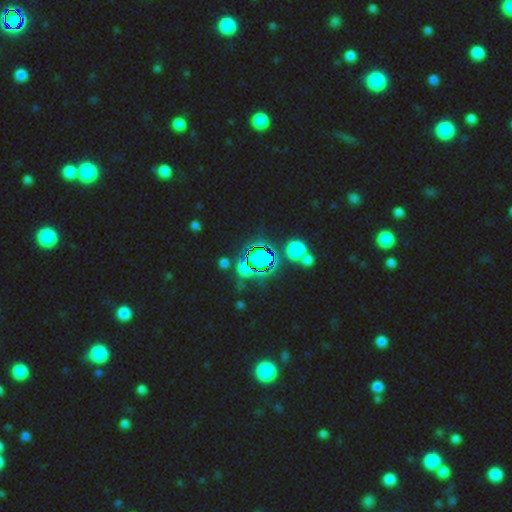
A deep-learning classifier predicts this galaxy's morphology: This is likely a star or artifact rather than a galaxy (67%).